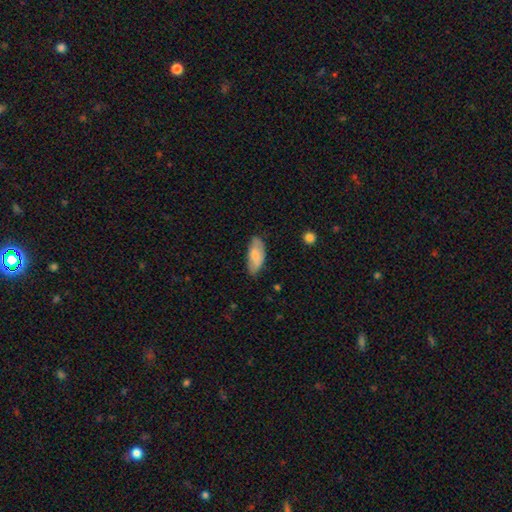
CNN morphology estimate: type=smooth (71%); roundness=in between (88%); merging=none (69%).